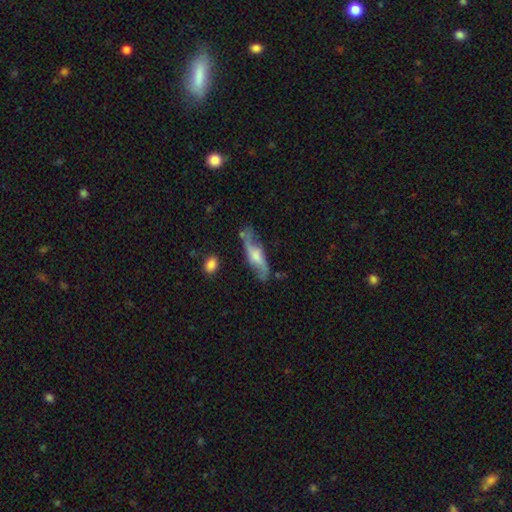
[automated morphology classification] featured or disk 64%, smooth 30%, star or artifact 6%. Down the decision tree: edge-on disk — no (73%); merging — none (61%).